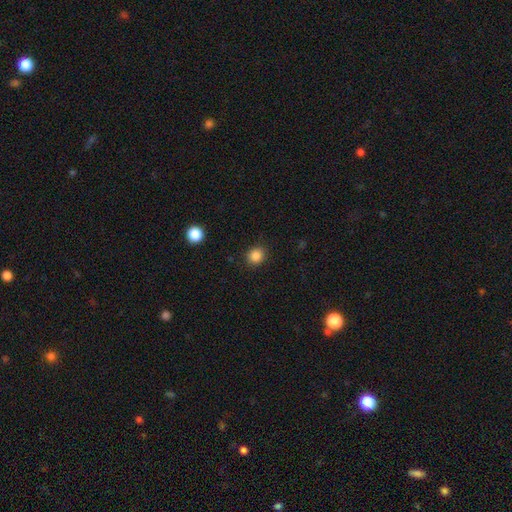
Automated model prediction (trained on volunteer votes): Smooth or featured?
  - smooth: 86% *
  - star or artifact: 11%
  - featured or disk: 4%
How rounded?
  - round: 85% *
  - in between: 14%
  - cigar-shaped: 1%
Merging?
  - none: 90% *
  - minor disturbance: 7%
  - major disturbance: 2%
  - merger: 1%